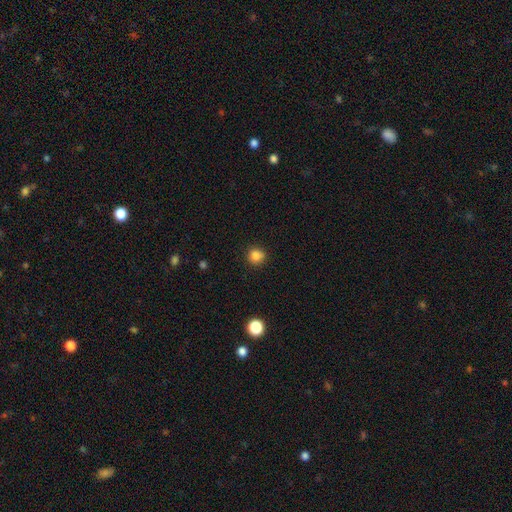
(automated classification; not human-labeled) smooth 83%, star or artifact 12%, featured or disk 5%. Down the decision tree: how rounded — round (89%); merging — none (84%).